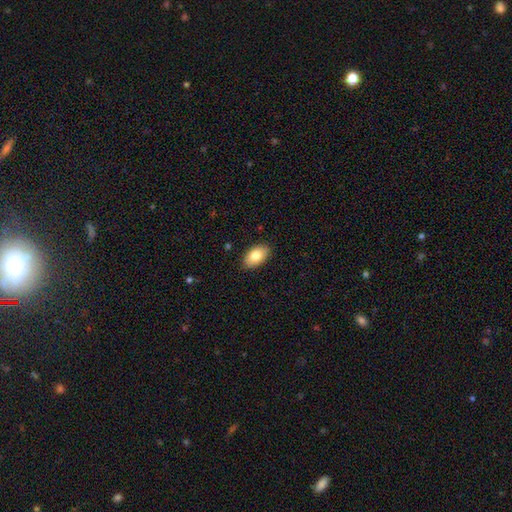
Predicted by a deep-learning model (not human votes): Q: Smooth or featured?
A: smooth (81%); runner-up: featured or disk (12%)
Q: How rounded?
A: in between (94%); runner-up: round (4%)
Q: Merging?
A: none (88%); runner-up: minor disturbance (9%)